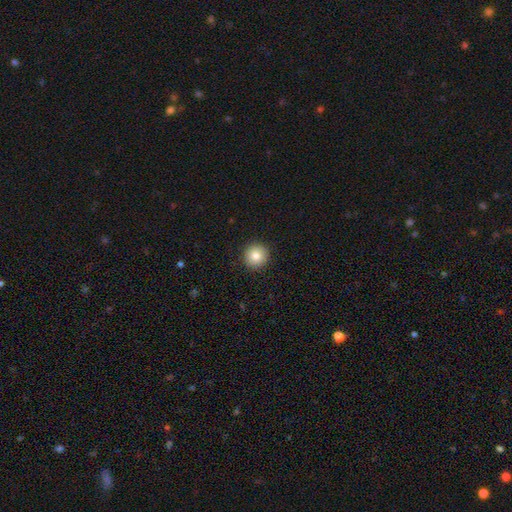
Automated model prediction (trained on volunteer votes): Smooth or featured?
  - smooth: 83% *
  - star or artifact: 10%
  - featured or disk: 8%
How rounded?
  - round: 96% *
  - in between: 3%
  - cigar-shaped: 1%
Merging?
  - none: 93% *
  - minor disturbance: 5%
  - major disturbance: 2%
  - merger: 1%